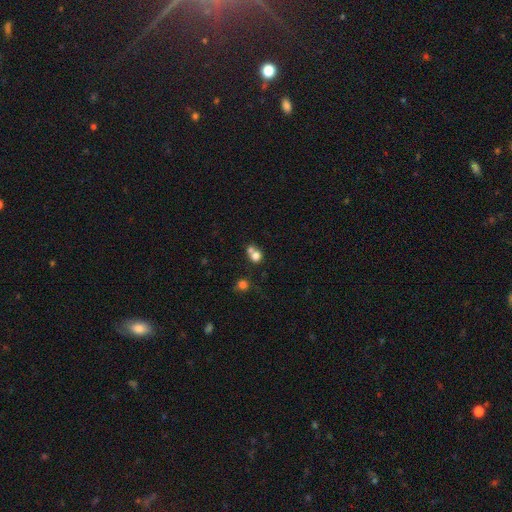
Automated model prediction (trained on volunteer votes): A smooth galaxy with no disk features (75%) that is round (78%). Merging: merger (51%).